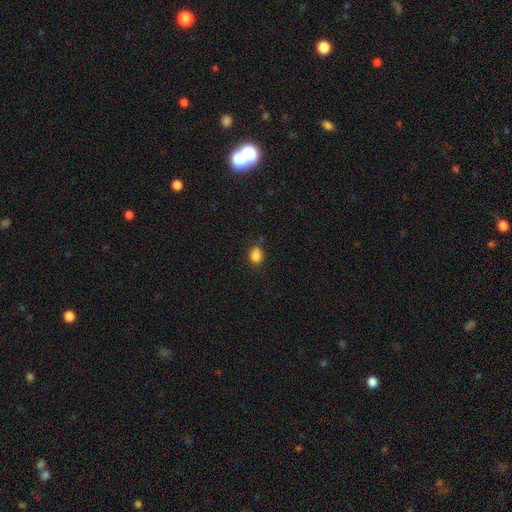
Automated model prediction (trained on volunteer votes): Smooth or featured? smooth (84%)
How rounded? in between (54%)
Merging? none (70%)